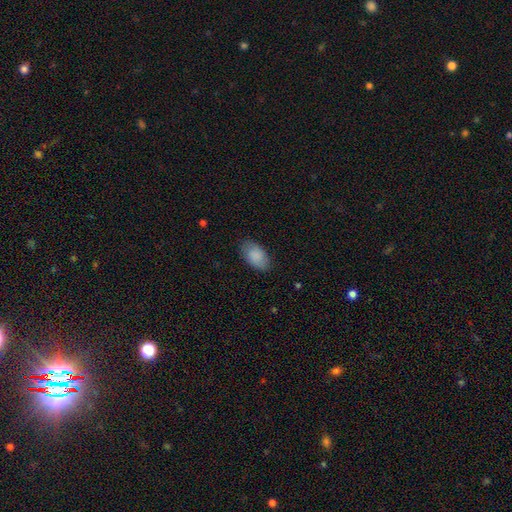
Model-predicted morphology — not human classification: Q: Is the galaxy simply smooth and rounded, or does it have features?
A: smooth — 87%.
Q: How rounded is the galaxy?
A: in between — 94%.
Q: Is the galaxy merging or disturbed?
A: none — 82%.